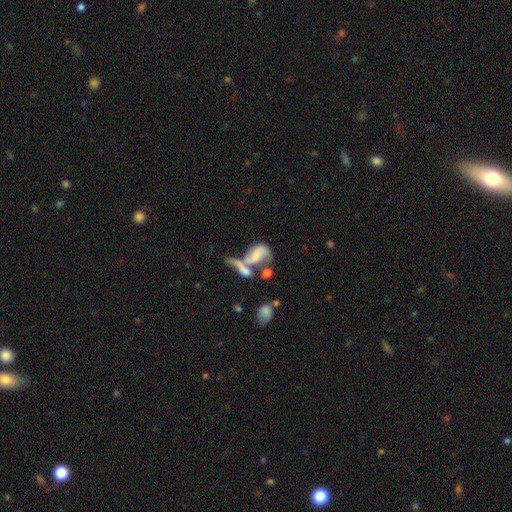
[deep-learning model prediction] featured or disk 55%, smooth 35%, star or artifact 11%. Down the decision tree: edge-on disk — no (93%); bar — no (63%); spiral arms — yes (63%); bulge size — none (52%); merging — merger (56%).